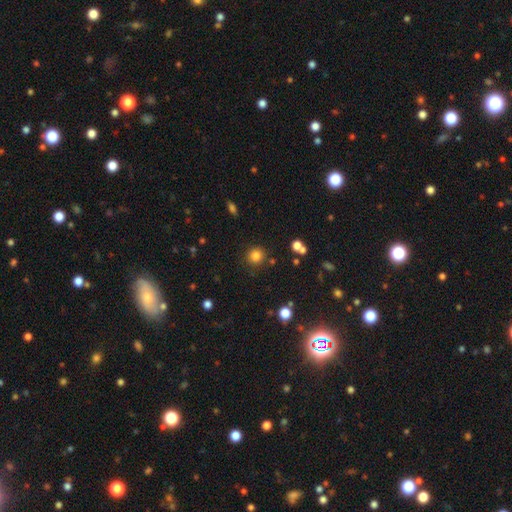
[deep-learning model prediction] smooth_or_featured: smooth (p=0.82) [alt: star or artifact p=0.13]
how_rounded: round (p=0.92) [alt: in between p=0.07]
merging: none (p=0.87) [alt: minor disturbance p=0.07]